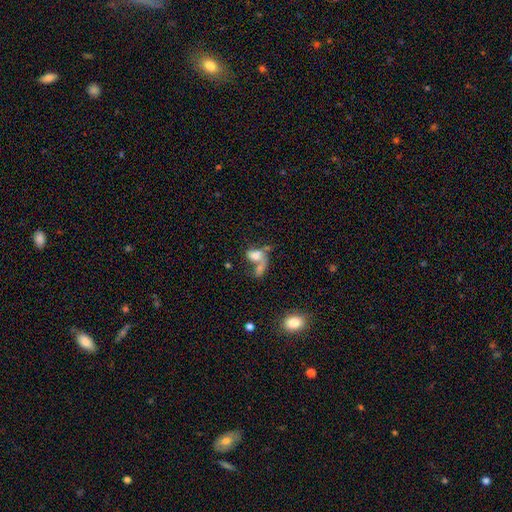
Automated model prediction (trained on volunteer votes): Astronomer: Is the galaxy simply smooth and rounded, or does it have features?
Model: smooth — 60%.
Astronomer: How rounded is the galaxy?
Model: in between — 78%.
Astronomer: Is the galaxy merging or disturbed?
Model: merger — 61%.